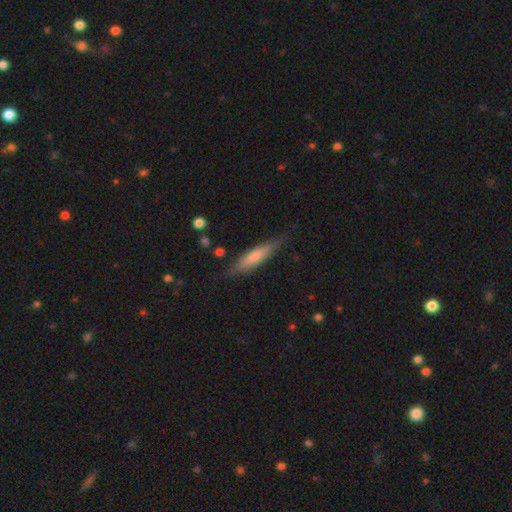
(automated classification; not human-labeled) Smooth or featured? smooth (54%)
How rounded? cigar-shaped (81%)
Merging? none (80%)